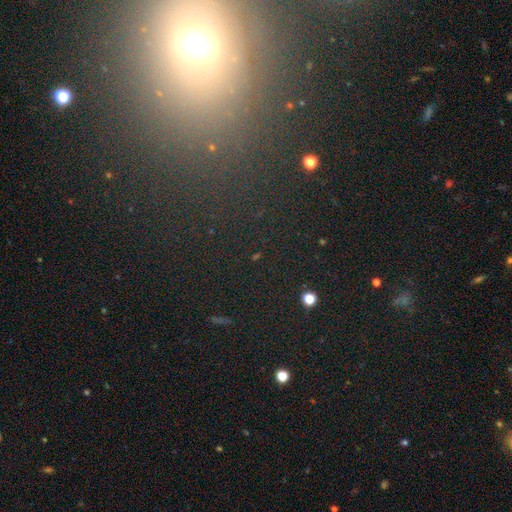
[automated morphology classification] Smooth or featured?
  - star or artifact: 55% *
  - smooth: 27%
  - featured or disk: 17%